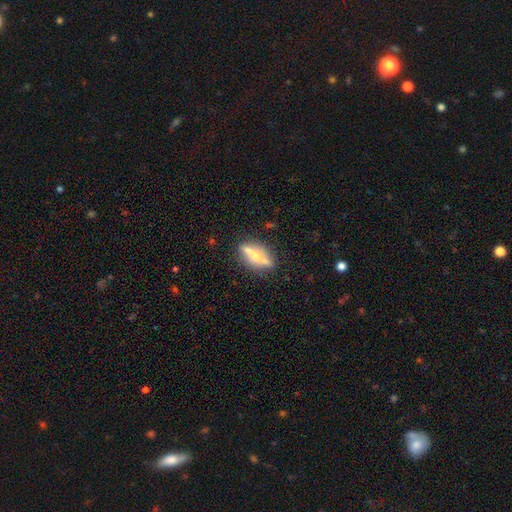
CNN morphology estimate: Smooth or featured?
  - featured or disk: 62% *
  - smooth: 31%
  - star or artifact: 7%
Edge-on disk?
  - yes: 87% *
  - no: 13%
Edge-on bulge?
  - rounded: 72% *
  - none: 19%
  - boxy: 9%
Merging?
  - none: 84% *
  - minor disturbance: 10%
  - major disturbance: 3%
  - merger: 2%